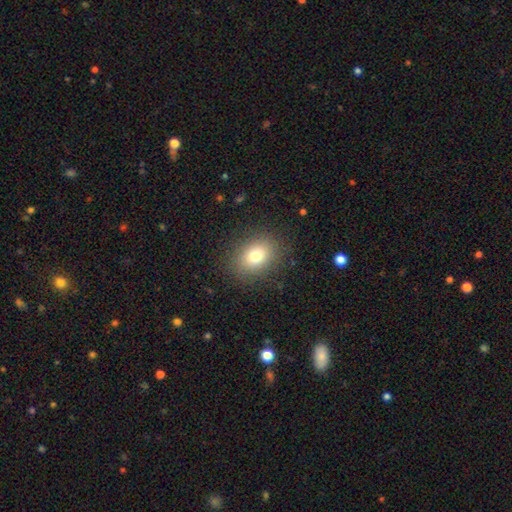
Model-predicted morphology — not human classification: A smooth galaxy with no disk features (77%) that is in between round and cigar-shaped (60%). Merging: none (86%).